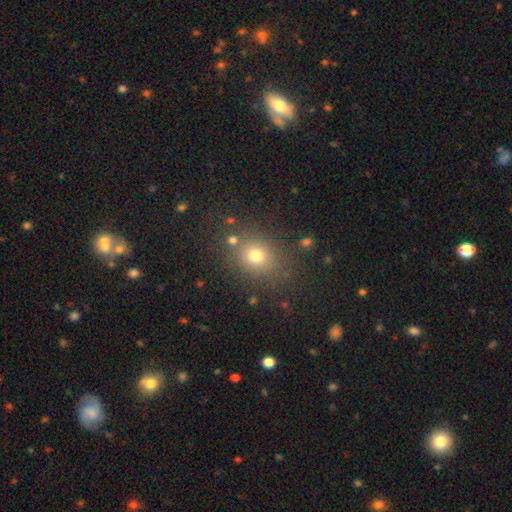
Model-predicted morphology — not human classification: A smooth galaxy with no disk features (73%) that is round (63%).

Vote fractions:
- Smooth or featured? smooth: 73% / star or artifact: 18% / featured or disk: 9%
- How rounded? round: 63% / in between: 36% / cigar-shaped: 1%
- Merging? none: 78% / minor disturbance: 11% / merger: 6% / major disturbance: 5%